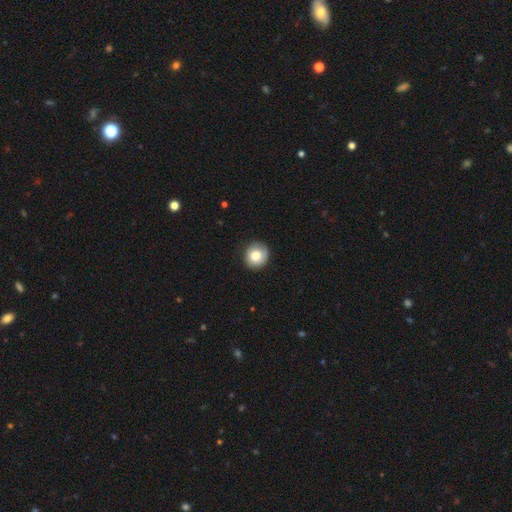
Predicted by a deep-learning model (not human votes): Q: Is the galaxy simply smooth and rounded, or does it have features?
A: smooth — 78%.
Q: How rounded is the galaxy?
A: round — 87%.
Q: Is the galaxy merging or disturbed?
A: none — 82%.